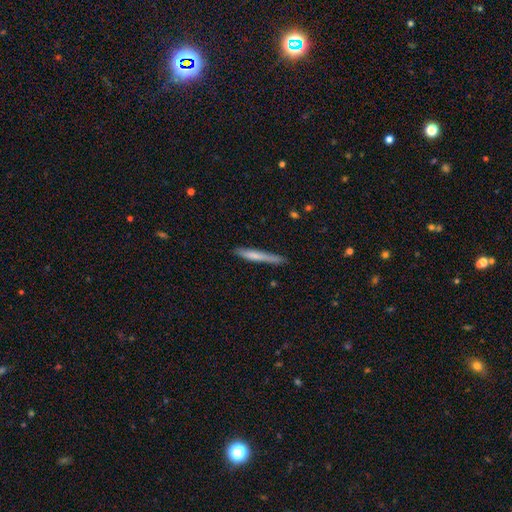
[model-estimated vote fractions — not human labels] smooth-or-featured: smooth: 67% | featured or disk: 28% | star or artifact: 6%
  how-rounded: cigar-shaped: 96% | in between: 3% | round: 1%
  merging: none: 79% | minor disturbance: 16% | major disturbance: 3% | merger: 2%